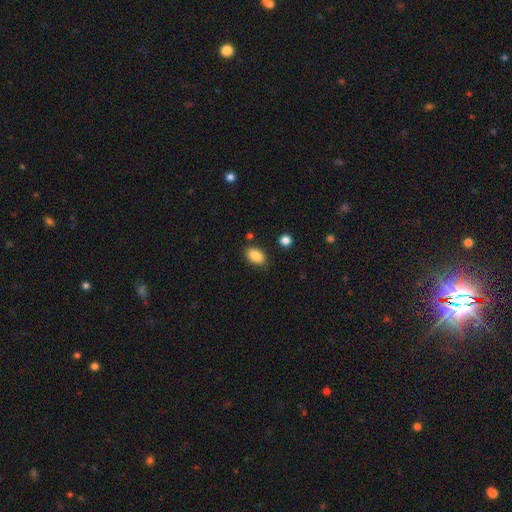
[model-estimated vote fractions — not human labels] smooth_or_featured: smooth (p=0.88) [alt: star or artifact p=0.08]
how_rounded: in between (p=0.91) [alt: round p=0.08]
merging: none (p=0.83) [alt: minor disturbance p=0.12]